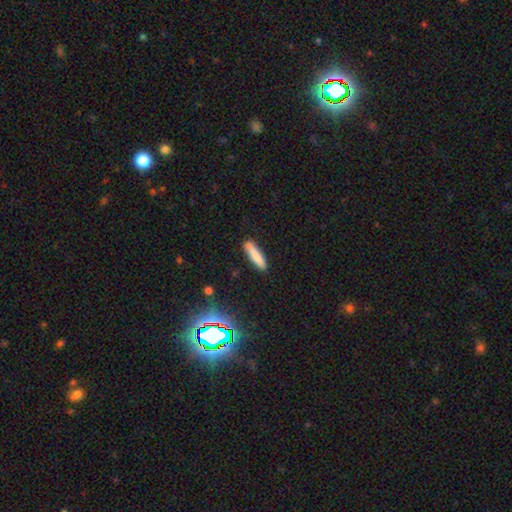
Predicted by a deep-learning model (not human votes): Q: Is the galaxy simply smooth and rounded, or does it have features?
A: smooth — 80%.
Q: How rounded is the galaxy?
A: cigar-shaped — 83%.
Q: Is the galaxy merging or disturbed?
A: none — 86%.